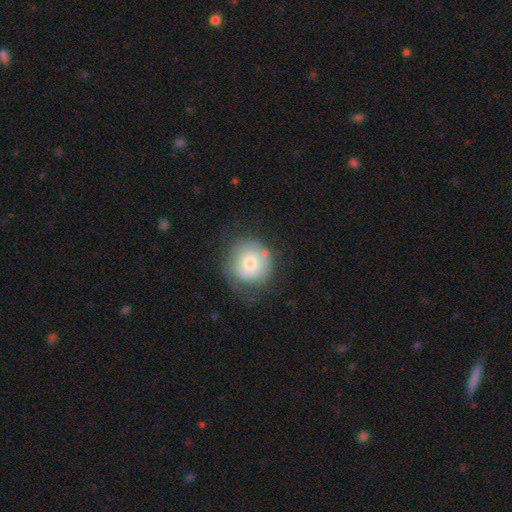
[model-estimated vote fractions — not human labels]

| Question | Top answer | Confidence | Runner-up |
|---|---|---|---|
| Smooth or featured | smooth | 69% | featured or disk (23%) |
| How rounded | round | 91% | in between (9%) |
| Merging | none | 60% | minor disturbance (24%) |